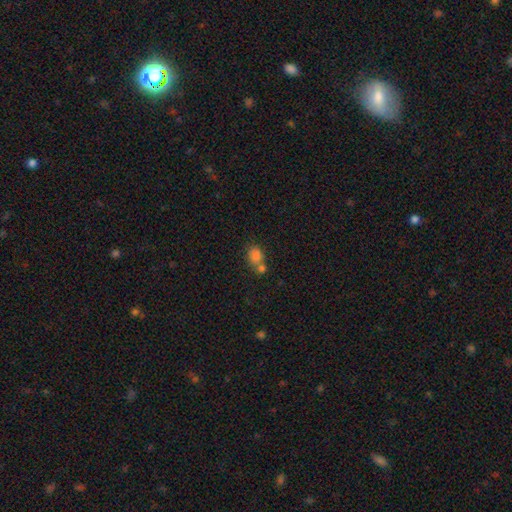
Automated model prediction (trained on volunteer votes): Morphology: type=smooth (81%); roundness=round (51%); merging=merger (44%).